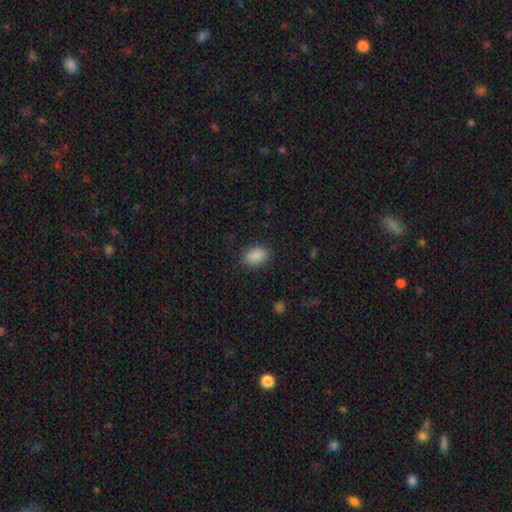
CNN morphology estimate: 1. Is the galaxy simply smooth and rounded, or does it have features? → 88% smooth, 8% star or artifact, 4% featured or disk.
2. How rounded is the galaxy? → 85% in between, 13% round, 2% cigar-shaped.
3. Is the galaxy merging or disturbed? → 86% none, 10% minor disturbance, 3% major disturbance, 1% merger.